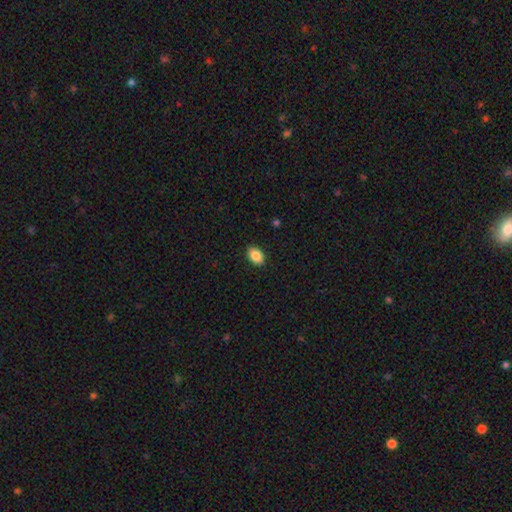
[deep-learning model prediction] Q: Smooth or featured?
A: smooth (87%); runner-up: star or artifact (8%)
Q: How rounded?
A: in between (86%); runner-up: round (13%)
Q: Merging?
A: none (90%); runner-up: minor disturbance (7%)